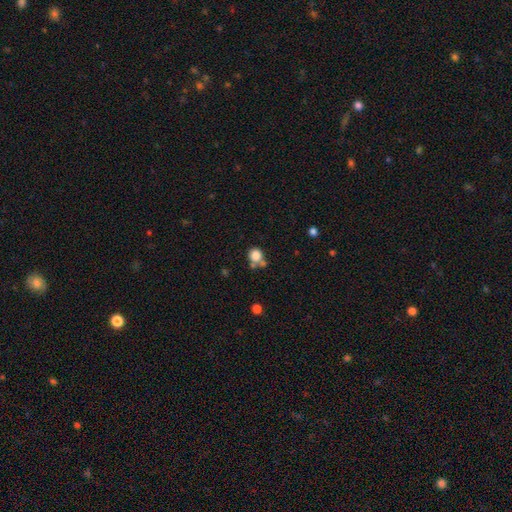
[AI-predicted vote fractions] smooth_or_featured: smooth (p=0.82) [alt: star or artifact p=0.11]
how_rounded: round (p=0.82) [alt: in between p=0.17]
merging: none (p=0.55) [alt: merger p=0.25]